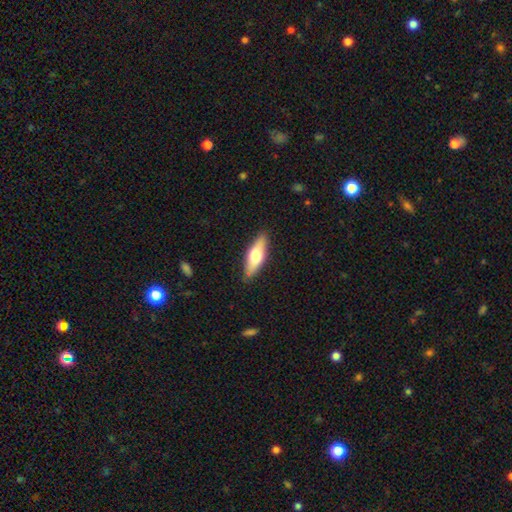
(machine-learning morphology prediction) type=smooth (60%); roundness=in between (57%); merging=none (85%).